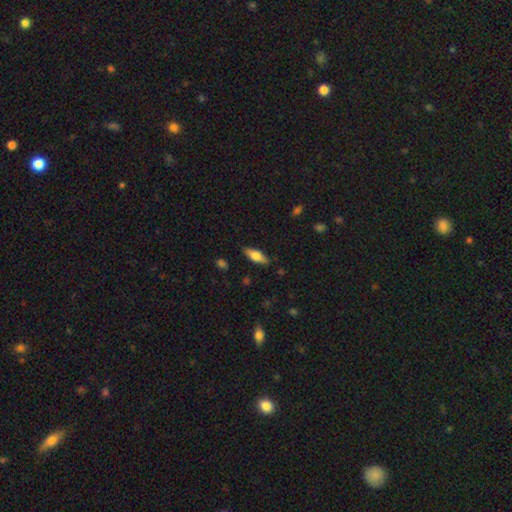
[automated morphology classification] Smooth or featured?
  - smooth: 62% *
  - featured or disk: 32%
  - star or artifact: 6%
How rounded?
  - in between: 62% *
  - cigar-shaped: 35%
  - round: 2%
Merging?
  - none: 85% *
  - minor disturbance: 12%
  - major disturbance: 2%
  - merger: 1%